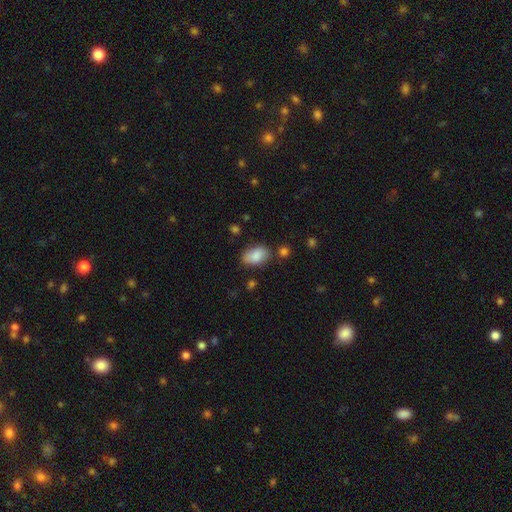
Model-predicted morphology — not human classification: smooth_or_featured: smooth (p=0.86) [alt: featured or disk p=0.07]
how_rounded: in between (p=0.92) [alt: round p=0.06]
merging: none (p=0.74) [alt: minor disturbance p=0.17]